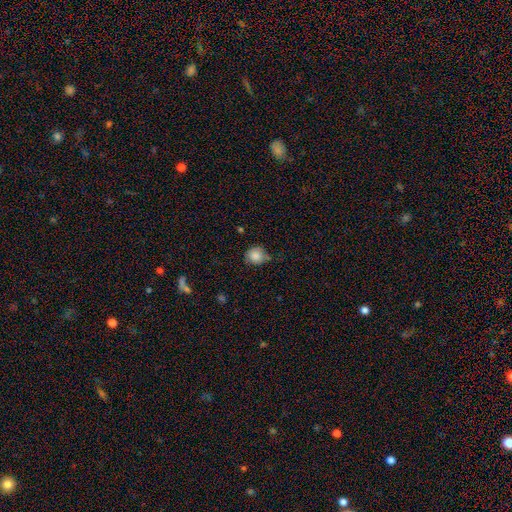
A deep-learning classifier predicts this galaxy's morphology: The model was most divided on "merging": none: 62%, minor disturbance: 28%, major disturbance: 6%, merger: 4%. More confident: how rounded — round (86%); smooth or featured — smooth (84%).